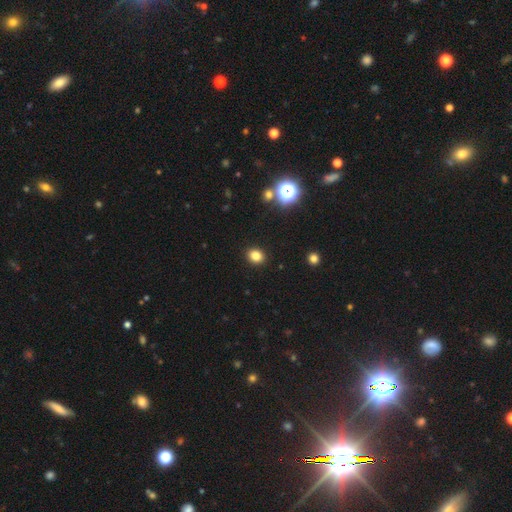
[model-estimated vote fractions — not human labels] Smooth or featured? smooth (82%)
How rounded? round (64%)
Merging? none (91%)